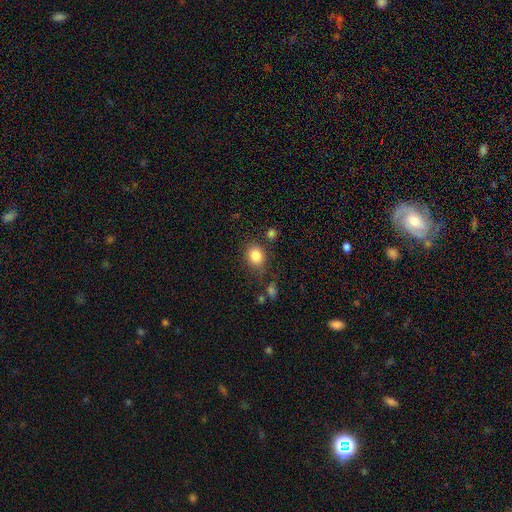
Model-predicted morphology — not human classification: Smooth or featured?
  - smooth: 84% *
  - star or artifact: 10%
  - featured or disk: 6%
How rounded?
  - in between: 50% *
  - round: 49%
  - cigar-shaped: 1%
Merging?
  - none: 74% *
  - minor disturbance: 15%
  - merger: 6%
  - major disturbance: 5%